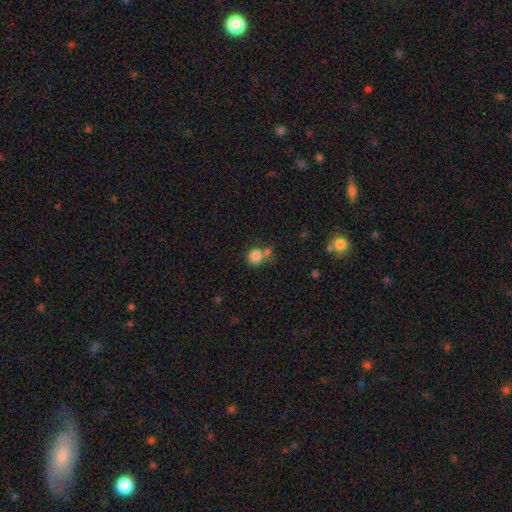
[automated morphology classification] The model was most divided on "merging": none: 50%, merger: 29%, minor disturbance: 15%, major disturbance: 7%. More confident: smooth or featured — smooth (83%); how rounded — round (81%).